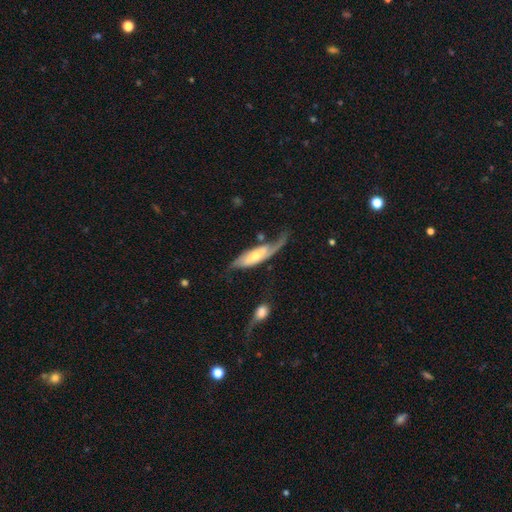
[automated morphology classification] Smooth or featured?
  - featured or disk: 60% *
  - smooth: 35%
  - star or artifact: 5%
Edge-on disk?
  - no: 75% *
  - yes: 25%
Merging?
  - none: 36% *
  - major disturbance: 29%
  - minor disturbance: 24%
  - merger: 11%